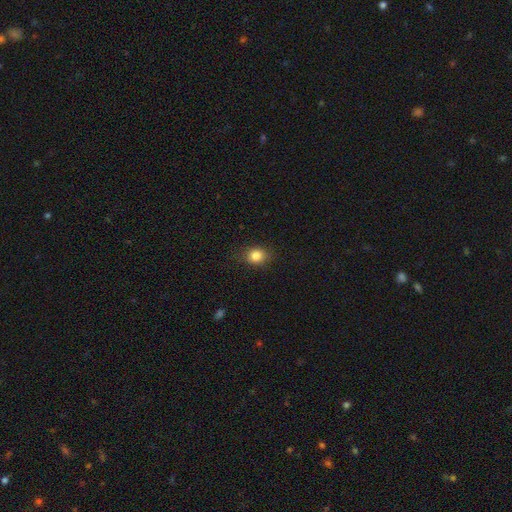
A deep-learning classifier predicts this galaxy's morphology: Smooth or featured? Predicted: smooth (p=0.83). How rounded? Predicted: round (p=0.59). Merging? Predicted: none (p=0.83).